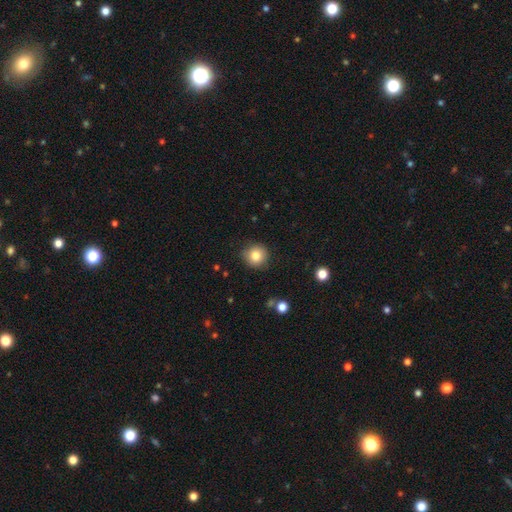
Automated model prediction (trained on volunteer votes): smooth-or-featured: smooth: 82% | star or artifact: 10% | featured or disk: 7%
  how-rounded: round: 92% | in between: 7% | cigar-shaped: 1%
  merging: none: 87% | minor disturbance: 10% | major disturbance: 2% | merger: 1%